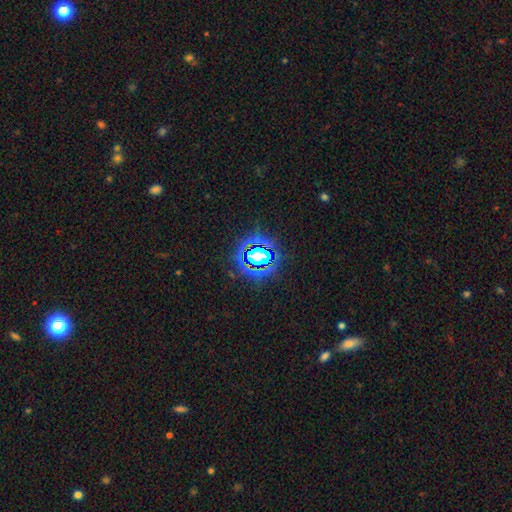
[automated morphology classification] A star or artifact, not a galaxy (78%).

Vote fractions:
- Smooth or featured? star or artifact: 78% / smooth: 14% / featured or disk: 8%